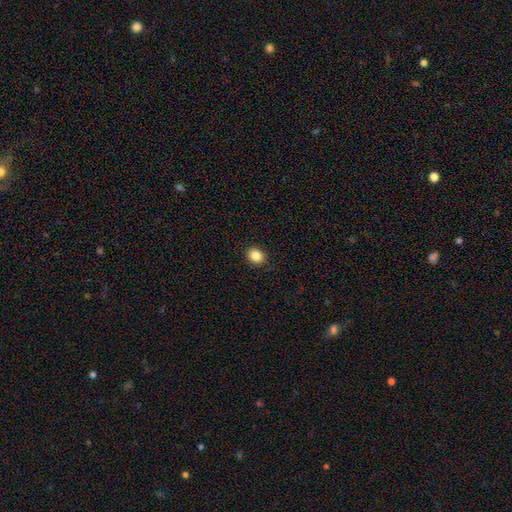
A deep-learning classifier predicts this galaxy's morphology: smooth-or-featured: smooth: 85% | star or artifact: 10% | featured or disk: 4%
  how-rounded: round: 67% | in between: 32% | cigar-shaped: 1%
  merging: none: 90% | minor disturbance: 7% | major disturbance: 2% | merger: 1%